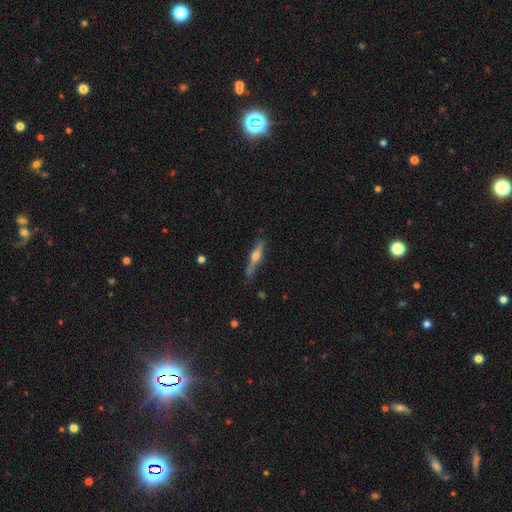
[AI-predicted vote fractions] Smooth or featured: featured or disk — 65% (smooth — 30%)
Edge-on disk: yes — 96% (no — 4%)
Edge-on bulge: rounded — 92% (none — 5%)
Merging: none — 80% (minor disturbance — 16%)